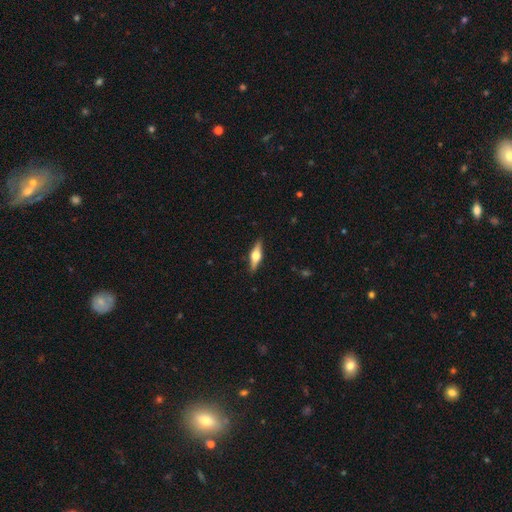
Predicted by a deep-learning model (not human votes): Smooth or featured?
  - featured or disk: 63% *
  - smooth: 31%
  - star or artifact: 6%
Edge-on disk?
  - yes: 96% *
  - no: 4%
Edge-on bulge?
  - rounded: 95% *
  - boxy: 4%
  - none: 1%
Merging?
  - none: 89% *
  - minor disturbance: 8%
  - major disturbance: 2%
  - merger: 1%